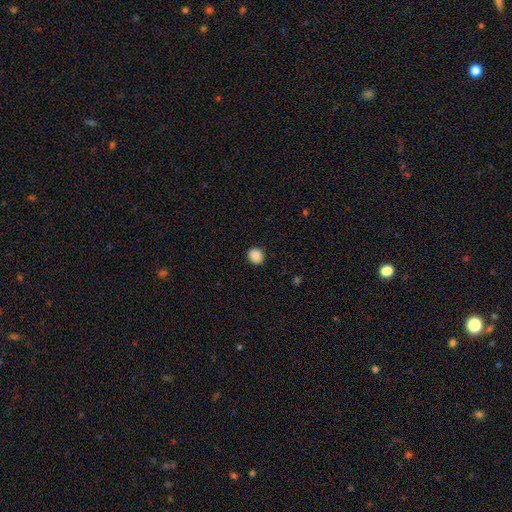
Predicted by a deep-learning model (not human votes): smooth-or-featured: smooth: 88% | star or artifact: 9% | featured or disk: 3%
  how-rounded: round: 88% | in between: 11% | cigar-shaped: 1%
  merging: none: 91% | minor disturbance: 6% | major disturbance: 2% | merger: 1%